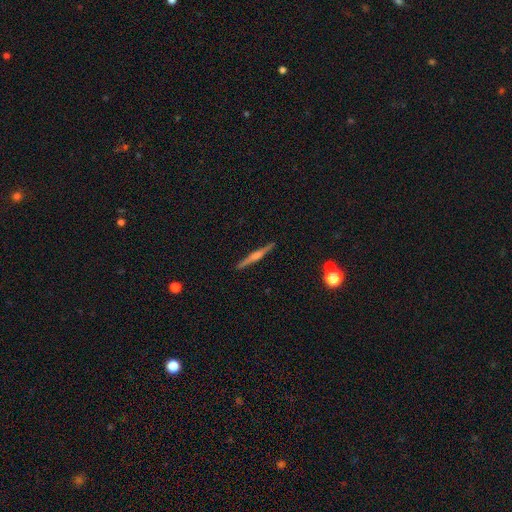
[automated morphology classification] A featured or disk galaxy (66%) viewed edge-on (96%) with a rounded central bulge (76%).

Vote fractions:
- Smooth or featured? featured or disk: 66% / smooth: 24% / star or artifact: 11%
- Edge-on disk? yes: 96% / no: 4%
- Edge-on bulge? rounded: 76% / none: 15% / boxy: 8%
- Merging? none: 89% / minor disturbance: 7% / major disturbance: 2% / merger: 2%